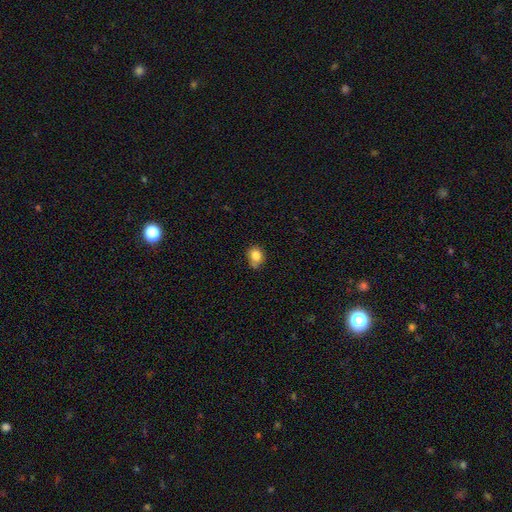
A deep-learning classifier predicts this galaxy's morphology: Smooth or featured? Predicted: smooth (p=0.82). How rounded? Predicted: round (p=0.55). Merging? Predicted: none (p=0.62).